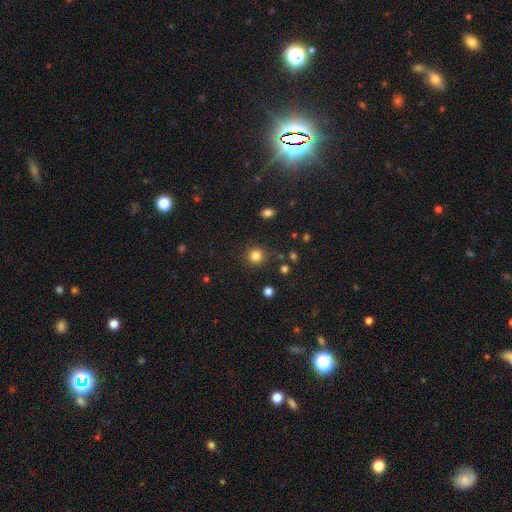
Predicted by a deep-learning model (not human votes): Smooth or featured? Predicted: smooth (p=0.83). How rounded? Predicted: round (p=0.92). Merging? Predicted: none (p=0.87).